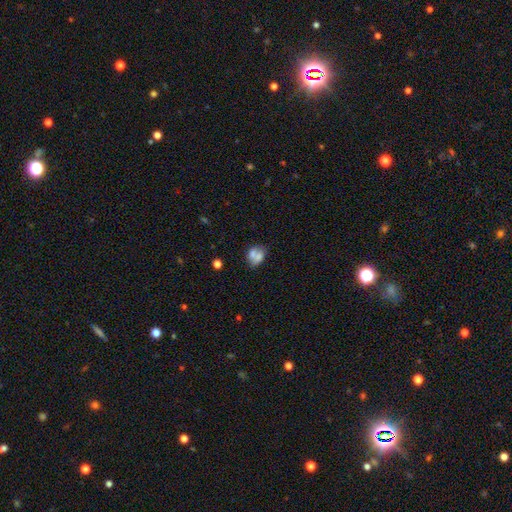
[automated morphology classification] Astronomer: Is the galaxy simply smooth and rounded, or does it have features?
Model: smooth — 65%.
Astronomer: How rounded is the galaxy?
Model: in between — 56% (runner-up: round, 43%).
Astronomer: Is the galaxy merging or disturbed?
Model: merger — 50% (runner-up: none, 31%).